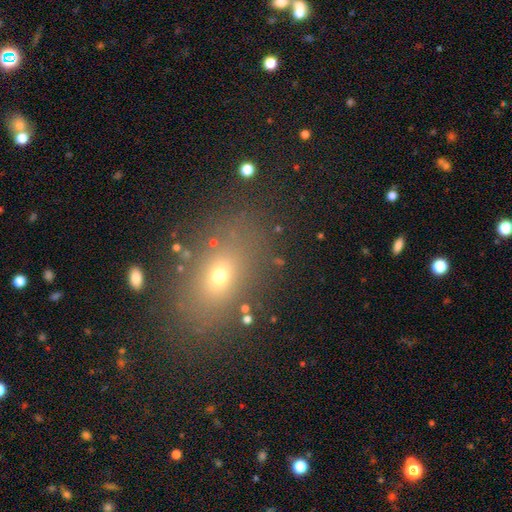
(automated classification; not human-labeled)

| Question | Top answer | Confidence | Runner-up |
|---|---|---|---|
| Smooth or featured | smooth | 60% | star or artifact (25%) |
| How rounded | in between | 75% | round (21%) |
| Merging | none | 84% | minor disturbance (9%) |